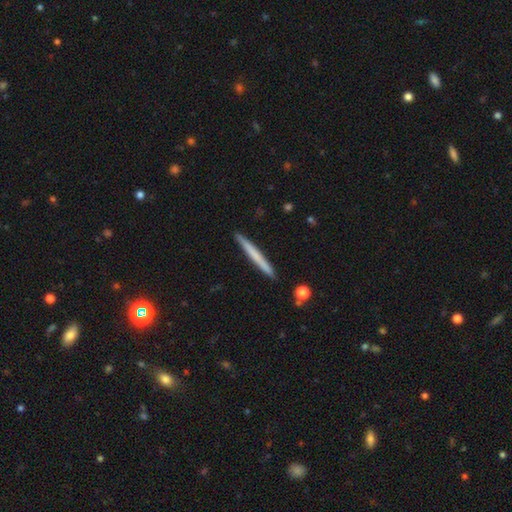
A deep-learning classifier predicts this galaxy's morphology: Smooth or featured? Predicted: smooth (p=0.61). How rounded? Predicted: cigar-shaped (p=0.97). Merging? Predicted: none (p=0.91).